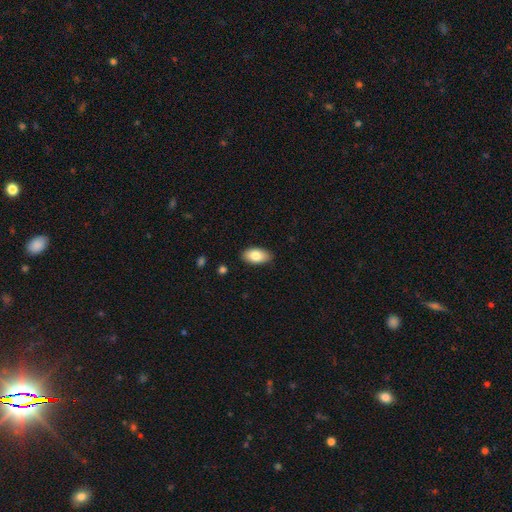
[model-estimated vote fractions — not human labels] A smooth galaxy with no disk features (82%) that is in between round and cigar-shaped (94%). Merging: none (87%).